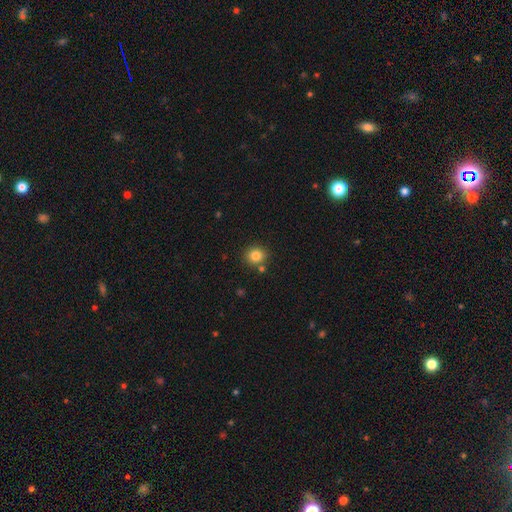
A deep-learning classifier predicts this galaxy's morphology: Smooth or featured: smooth — 82% (star or artifact — 12%)
How rounded: round — 86% (in between — 13%)
Merging: none — 82% (minor disturbance — 8%)